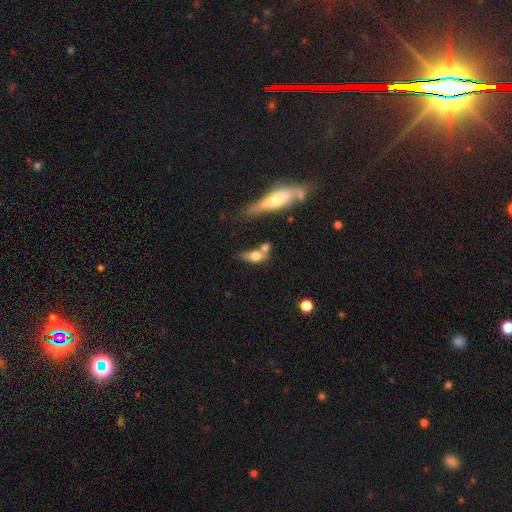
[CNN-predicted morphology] The model was most divided on "merging": merger: 39%, none: 36%, minor disturbance: 16%, major disturbance: 9%. More confident: how rounded — in between (67%); smooth or featured — smooth (63%).